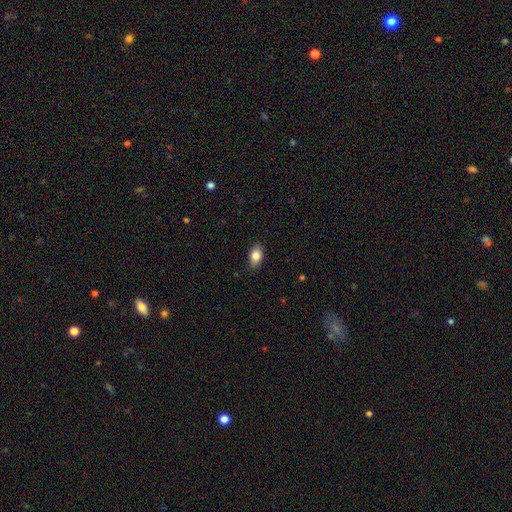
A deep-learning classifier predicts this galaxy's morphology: A smooth galaxy with no disk features (84%) that is in between round and cigar-shaped (88%). Merging: none (86%).